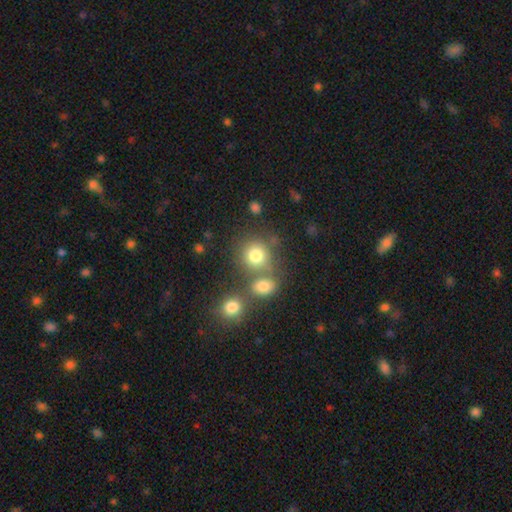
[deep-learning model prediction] Smooth or featured? smooth (78%)
How rounded? round (83%)
Merging? none (56%)